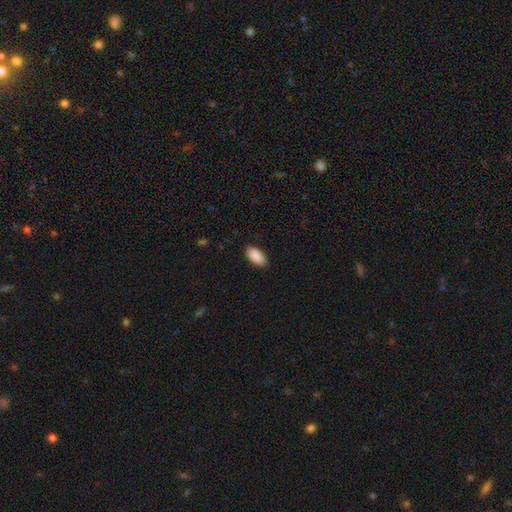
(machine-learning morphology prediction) type=smooth (91%); roundness=in between (95%); merging=none (88%).